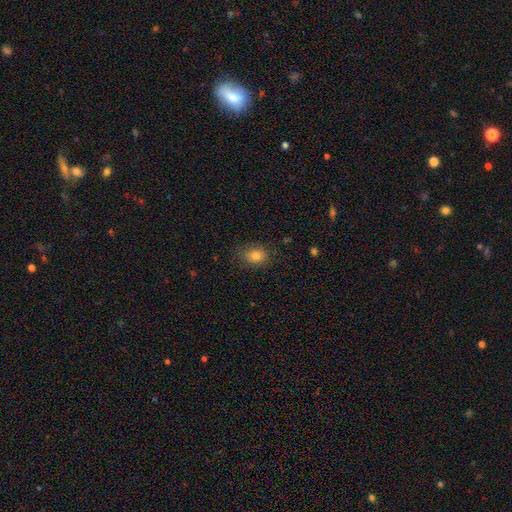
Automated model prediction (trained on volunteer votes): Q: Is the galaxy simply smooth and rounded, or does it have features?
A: smooth — 81%.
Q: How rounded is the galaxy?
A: in between — 57%.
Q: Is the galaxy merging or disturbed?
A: none — 81%.